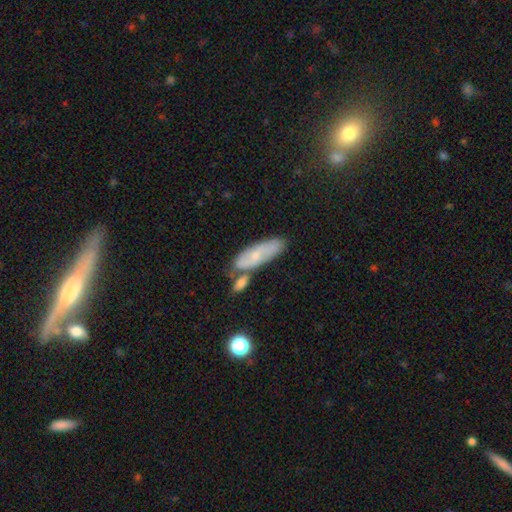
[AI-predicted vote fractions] Q: Smooth or featured?
A: smooth (55%); runner-up: featured or disk (37%)
Q: How rounded?
A: cigar-shaped (49%); tied with: in between (49%)
Q: Merging?
A: none (54%); runner-up: merger (21%)